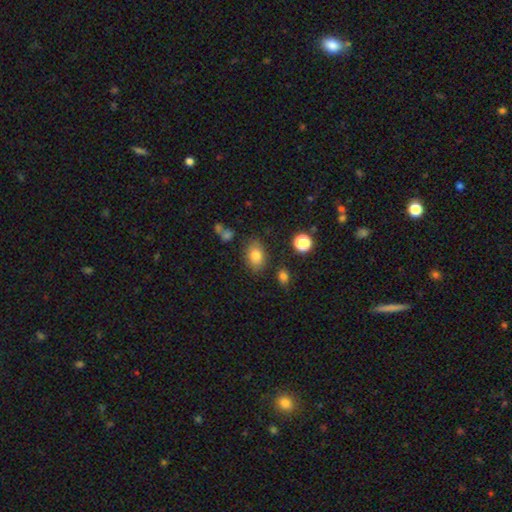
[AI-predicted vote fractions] smooth 79%, star or artifact 11%, featured or disk 10%. Down the decision tree: how rounded — in between (78%); merging — none (80%).